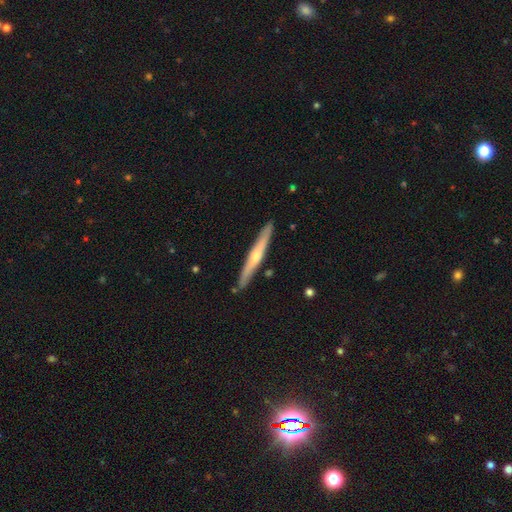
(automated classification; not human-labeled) This appears to be a featured or disk galaxy (62%) viewed edge-on (97%) with a rounded central bulge (76%). Merging: none (89%).